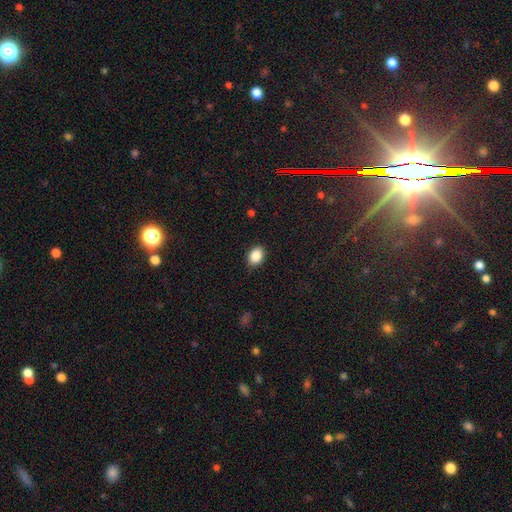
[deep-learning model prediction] Smooth or featured?
  - smooth: 87% *
  - star or artifact: 8%
  - featured or disk: 4%
How rounded?
  - in between: 69% *
  - round: 30%
  - cigar-shaped: 1%
Merging?
  - none: 85% *
  - minor disturbance: 11%
  - major disturbance: 2%
  - merger: 1%